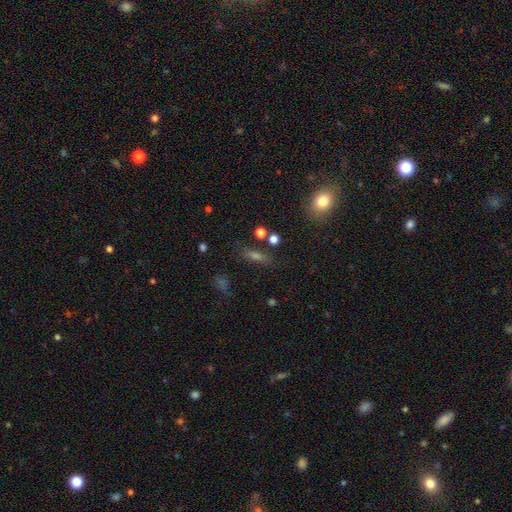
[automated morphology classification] This is possibly a smooth galaxy (55%). How rounded: possibly cigar-shaped (47%). Merging: likely none (77%).